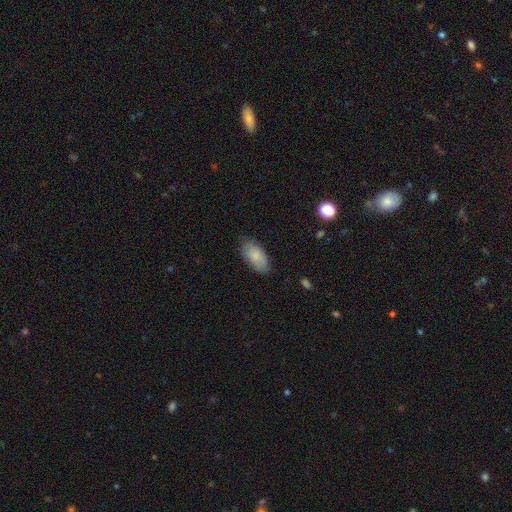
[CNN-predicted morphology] This appears to be a smooth galaxy with no disk features (83%) that is in between round and cigar-shaped (93%). Merging: none (79%).